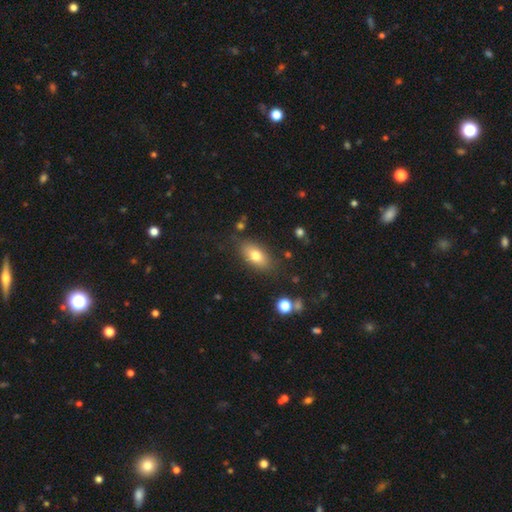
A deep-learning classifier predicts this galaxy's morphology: Smooth or featured? Predicted: smooth (p=0.76). How rounded? Predicted: in between (p=0.86). Merging? Predicted: none (p=0.81).